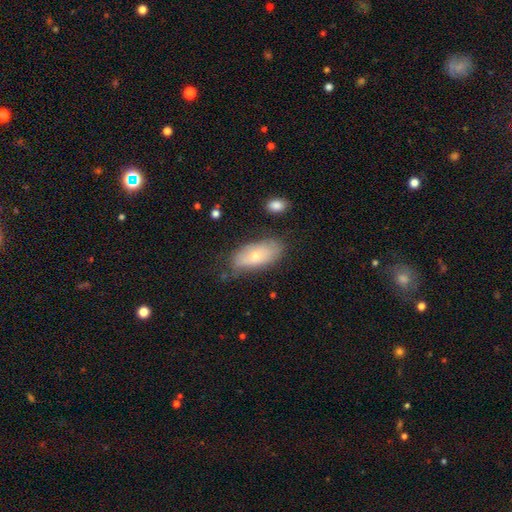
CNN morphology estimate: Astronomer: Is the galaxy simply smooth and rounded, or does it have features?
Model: smooth — 58% (runner-up: featured or disk, 34%).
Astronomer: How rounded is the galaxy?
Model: in between — 87%.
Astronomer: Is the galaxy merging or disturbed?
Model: none — 62%.